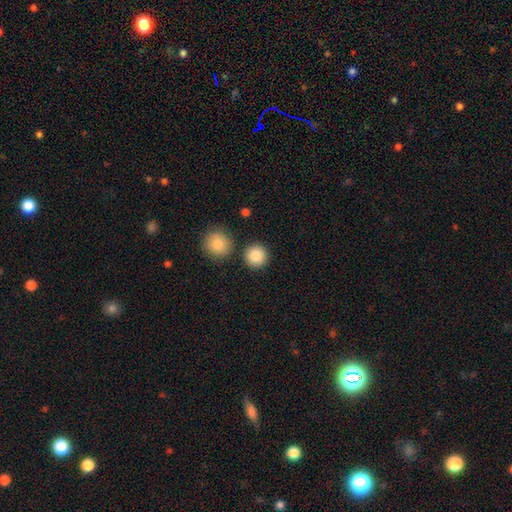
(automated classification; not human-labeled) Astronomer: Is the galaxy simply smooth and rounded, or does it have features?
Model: smooth — 86%.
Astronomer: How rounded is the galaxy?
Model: round — 95%.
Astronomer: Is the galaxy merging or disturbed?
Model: none — 87%.